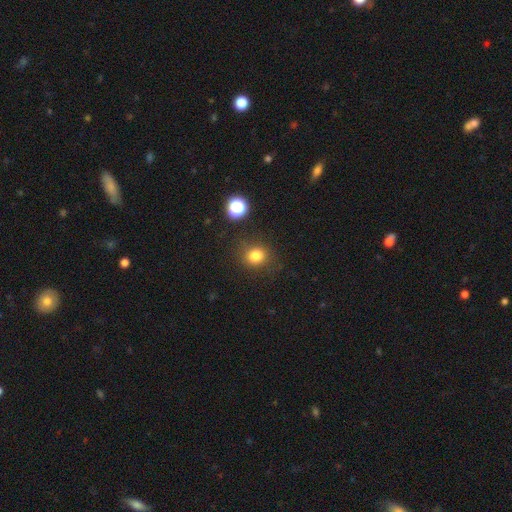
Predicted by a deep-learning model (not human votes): smooth 80%, star or artifact 14%, featured or disk 6%. Down the decision tree: how rounded — round (77%); merging — none (80%).